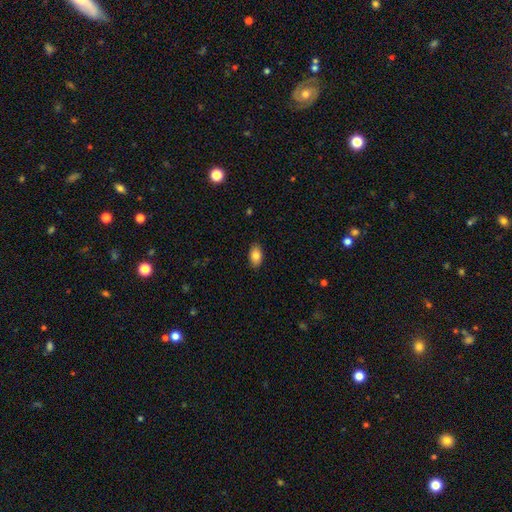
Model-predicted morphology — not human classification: A smooth galaxy with no disk features (85%) that is in between round and cigar-shaped (91%). Merging: none (88%).